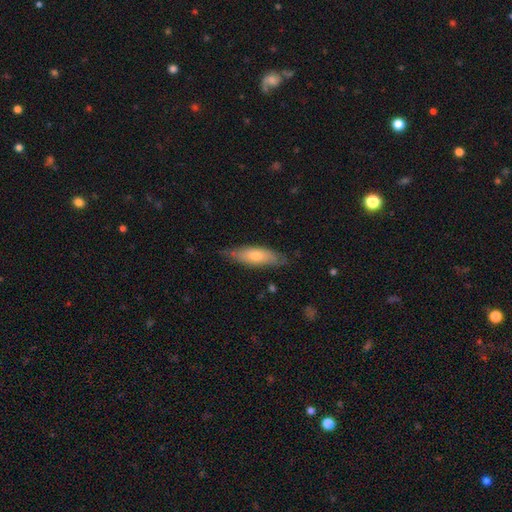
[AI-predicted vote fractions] A smooth galaxy with no disk features (63%) that is cigar-shaped (50%). Merging: none (73%).